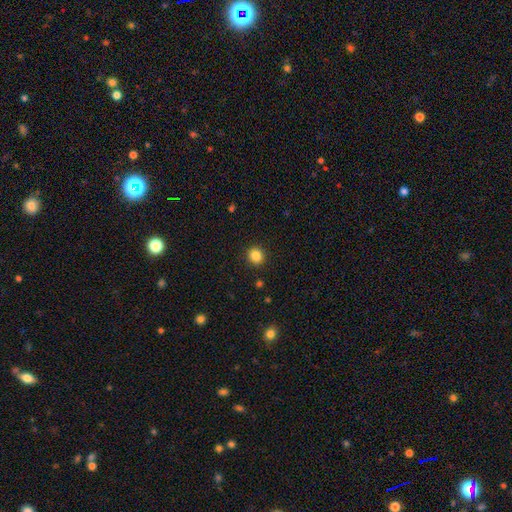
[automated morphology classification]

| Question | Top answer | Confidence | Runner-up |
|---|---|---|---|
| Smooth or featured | smooth | 86% | star or artifact (11%) |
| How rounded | round | 81% | in between (18%) |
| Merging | none | 91% | minor disturbance (6%) |